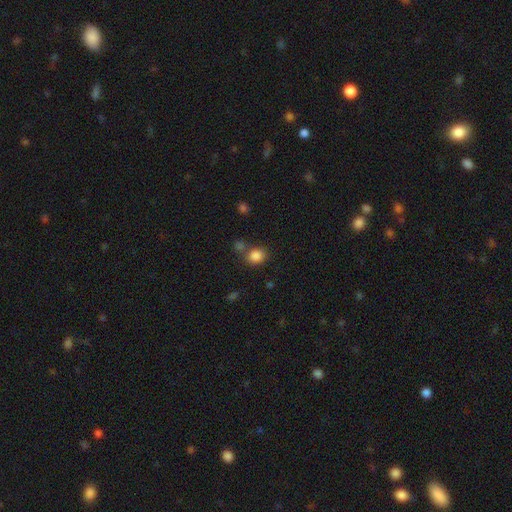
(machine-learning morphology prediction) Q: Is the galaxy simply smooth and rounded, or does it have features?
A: smooth — 85%.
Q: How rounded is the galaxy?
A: round — 64%.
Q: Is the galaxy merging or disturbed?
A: none — 64%.